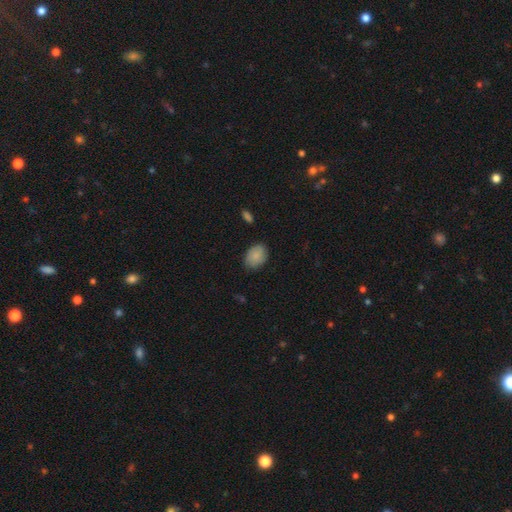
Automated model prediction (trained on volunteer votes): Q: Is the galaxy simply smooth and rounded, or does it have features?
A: smooth — 87%.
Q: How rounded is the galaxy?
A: in between — 75%.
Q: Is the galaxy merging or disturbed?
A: none — 77%.